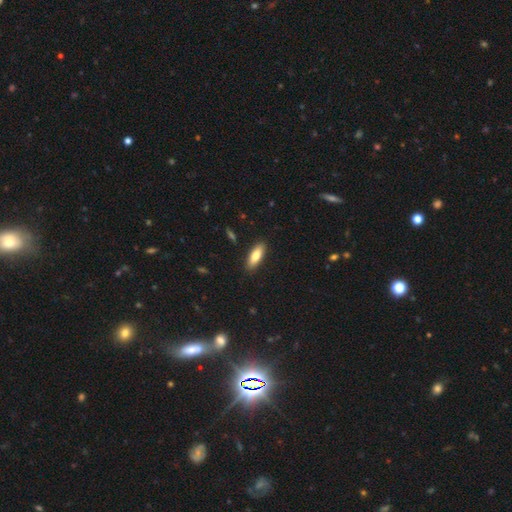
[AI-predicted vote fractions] Q: Smooth or featured?
A: smooth (77%); runner-up: featured or disk (17%)
Q: How rounded?
A: in between (65%); runner-up: cigar-shaped (33%)
Q: Merging?
A: none (89%); runner-up: minor disturbance (8%)